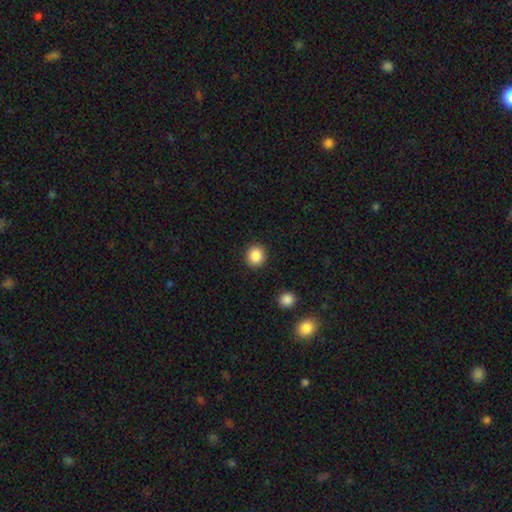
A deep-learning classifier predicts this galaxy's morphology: This is clearly a smooth galaxy (87%). How rounded: clearly round (89%). Merging: clearly none (91%).